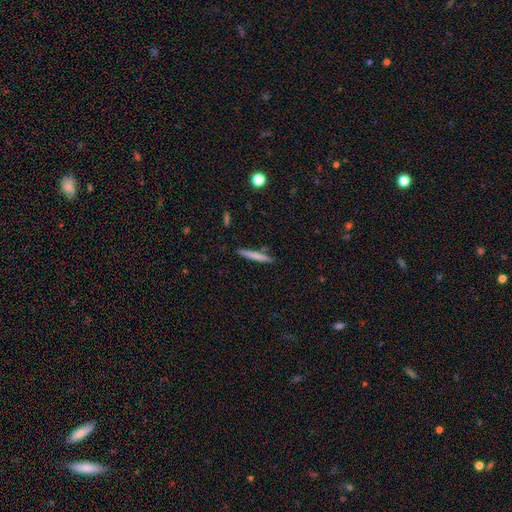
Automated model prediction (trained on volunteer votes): Smooth or featured: smooth — 70% (featured or disk — 24%)
How rounded: cigar-shaped — 95% (in between — 3%)
Merging: none — 85% (minor disturbance — 9%)